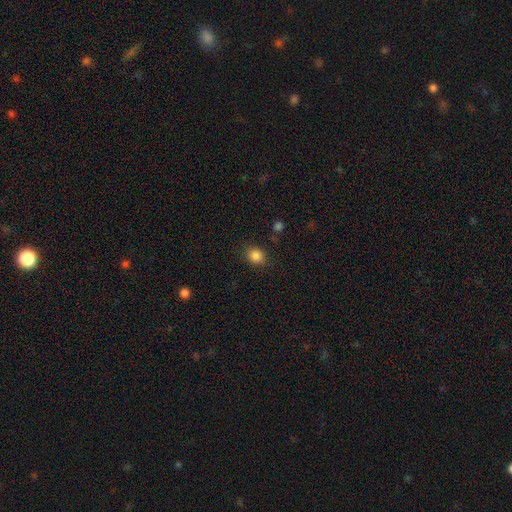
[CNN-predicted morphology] A smooth galaxy with no disk features (85%) that is round (69%). Merging: none (84%).